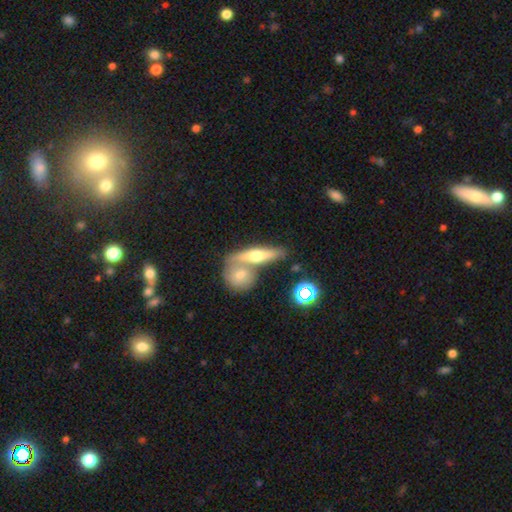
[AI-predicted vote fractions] Smooth or featured? Predicted: smooth (p=0.47). Merging? Predicted: none (p=0.46).